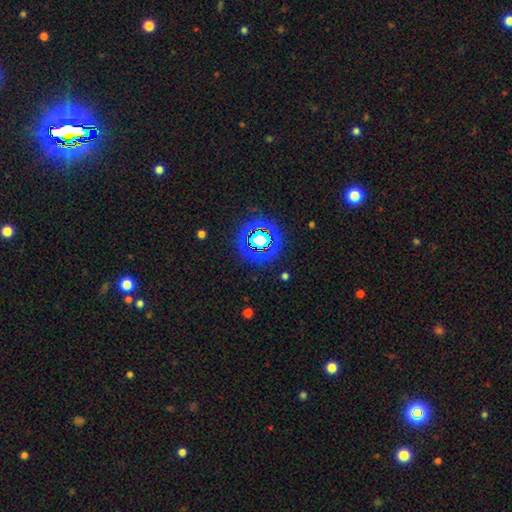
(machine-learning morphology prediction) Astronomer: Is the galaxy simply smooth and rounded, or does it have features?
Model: star or artifact — 75%.